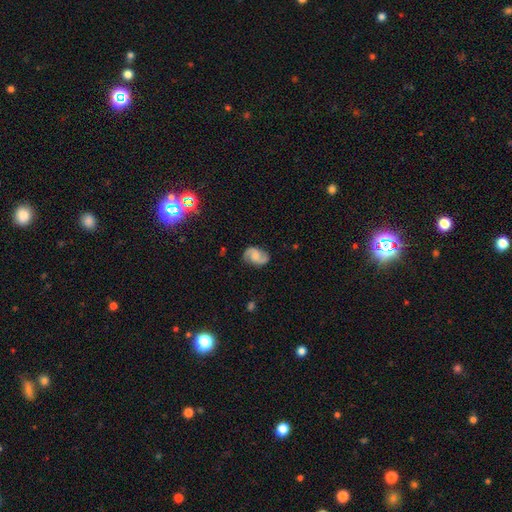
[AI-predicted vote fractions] A featured or disk galaxy (79%) with no bar (52%), 2 (92%) medium (49%) spiral arms (96%) and no central bulge (38%).

Vote fractions:
- Smooth or featured? featured or disk: 79% / smooth: 14% / star or artifact: 7%
- Edge-on disk? no: 98% / yes: 2%
- Bar? no: 52% / weak: 40% / strong: 8%
- Spiral arms? yes: 96% / no: 4%
- Spiral winding? medium: 49% / loose: 33% / tight: 18%
- Spiral arm count? 2: 92% / can't tell: 3% / 1: 2% / 3: 1% / 4: 1% / more than 4: 1%
- Bulge size? none: 38% / moderate: 27% / small: 24% / large: 9% / dominant: 2%
- Merging? none: 79% / minor disturbance: 15% / major disturbance: 4% / merger: 1%